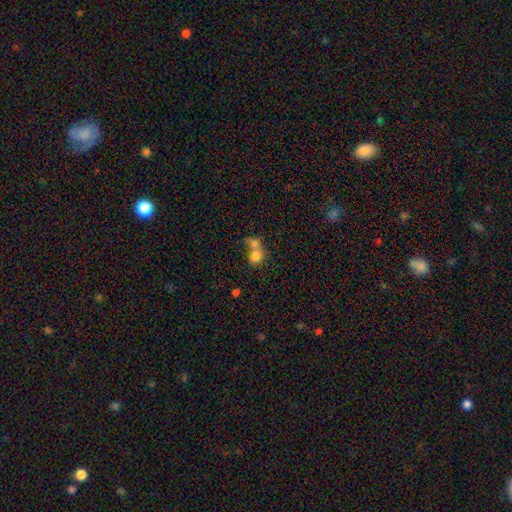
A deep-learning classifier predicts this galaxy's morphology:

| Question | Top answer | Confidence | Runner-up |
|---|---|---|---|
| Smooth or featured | smooth | 78% | featured or disk (12%) |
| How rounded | round | 66% | in between (33%) |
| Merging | merger | 63% | none (25%) |